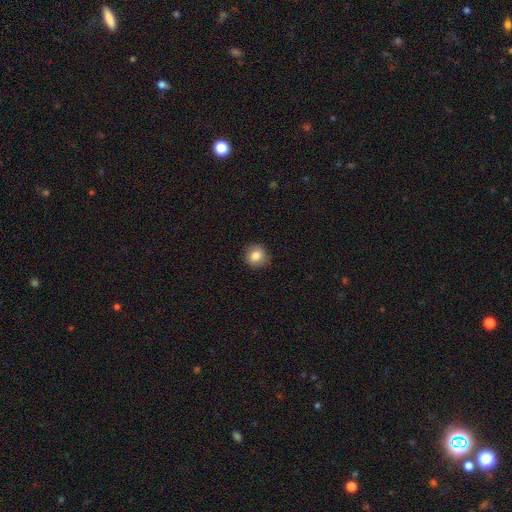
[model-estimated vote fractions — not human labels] This is clearly a smooth galaxy (84%). How rounded: clearly round (88%). Merging: clearly none (87%).